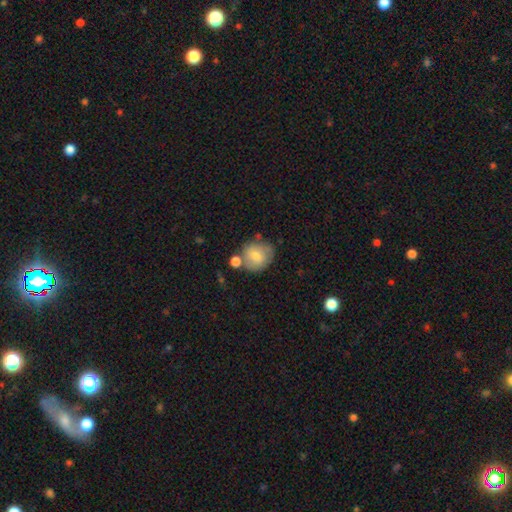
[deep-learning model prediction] This appears to be a smooth galaxy with no disk features (73%) that is round (77%). Merging: none (60%).